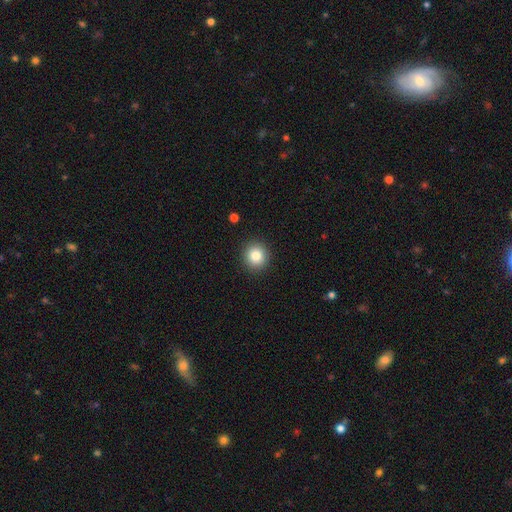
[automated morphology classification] A smooth galaxy with no disk features (83%) that is round (91%). Merging: none (92%).